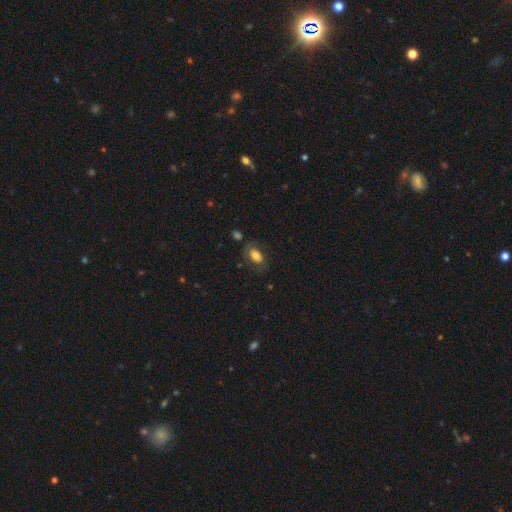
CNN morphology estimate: The model was most divided on "smooth or featured": smooth: 64%, featured or disk: 28%, star or artifact: 8%. More confident: how rounded — in between (89%); merging — none (65%).